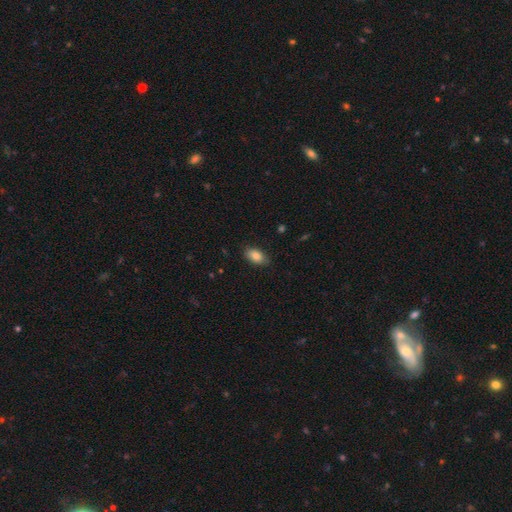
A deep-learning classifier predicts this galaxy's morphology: smooth 86%, star or artifact 7%, featured or disk 7%. Down the decision tree: how rounded — in between (92%); merging — none (84%).